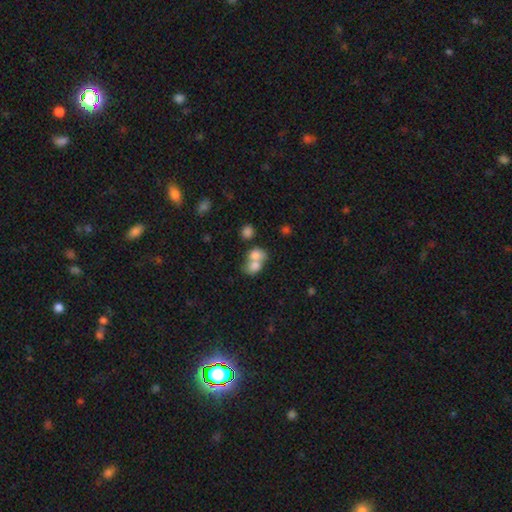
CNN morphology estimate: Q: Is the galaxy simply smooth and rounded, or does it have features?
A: smooth — 75%.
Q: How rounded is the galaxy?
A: in between — 58%.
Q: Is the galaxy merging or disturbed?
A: merger — 70%.